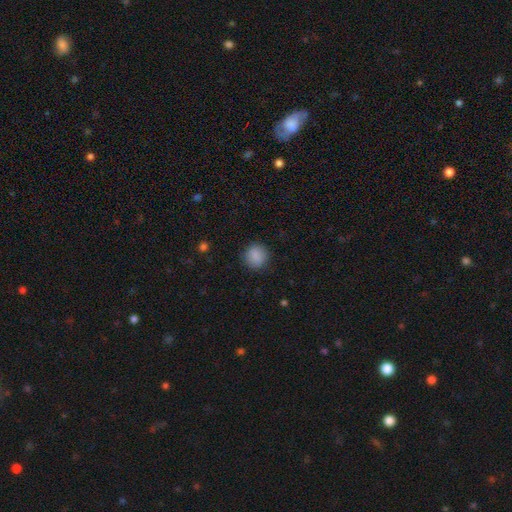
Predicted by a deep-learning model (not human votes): smooth-or-featured: smooth: 88% | star or artifact: 8% | featured or disk: 4%
  how-rounded: round: 88% | in between: 11% | cigar-shaped: 1%
  merging: none: 88% | minor disturbance: 8% | major disturbance: 3% | merger: 1%